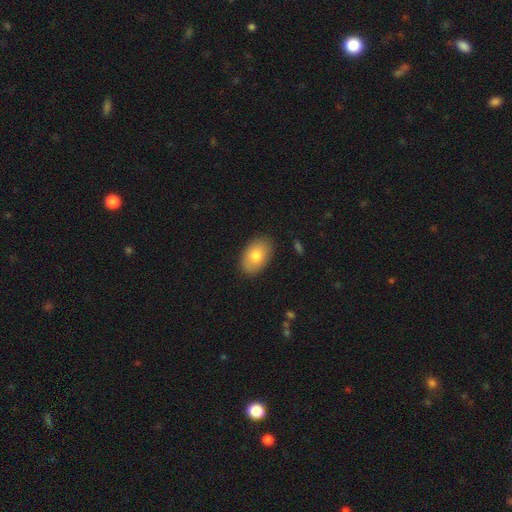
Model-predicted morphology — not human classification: smooth 79%, featured or disk 14%, star or artifact 7%. Down the decision tree: how rounded — in between (90%); merging — none (86%).